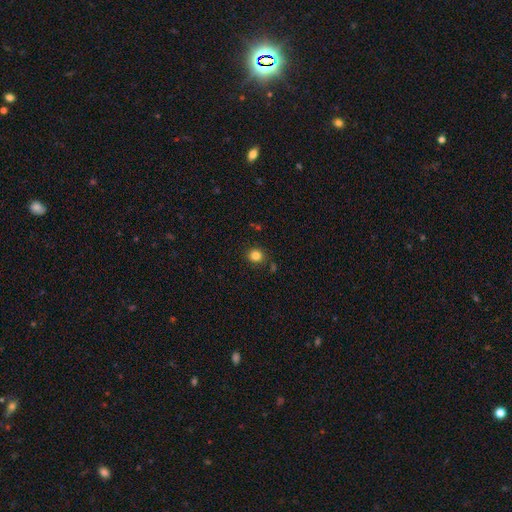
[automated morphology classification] Smooth or featured? smooth (83%)
How rounded? round (85%)
Merging? none (86%)